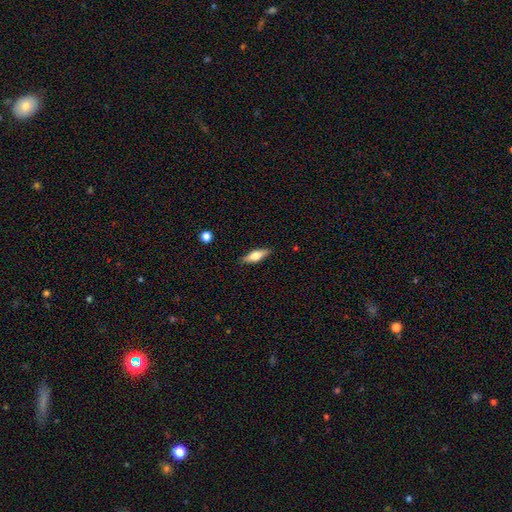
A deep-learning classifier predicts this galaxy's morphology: The model was most divided on "how rounded": in between: 51%, cigar-shaped: 46%, round: 3%. More confident: merging — none (87%); smooth or featured — smooth (57%).